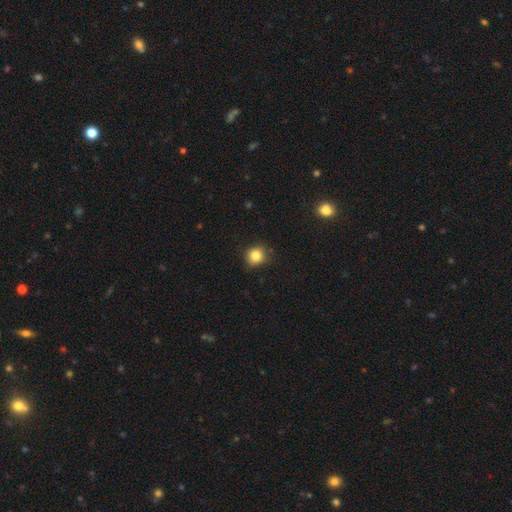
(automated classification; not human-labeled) smooth-or-featured: smooth: 83% | star or artifact: 11% | featured or disk: 6%
  how-rounded: round: 82% | in between: 17% | cigar-shaped: 1%
  merging: none: 83% | minor disturbance: 13% | major disturbance: 3% | merger: 1%